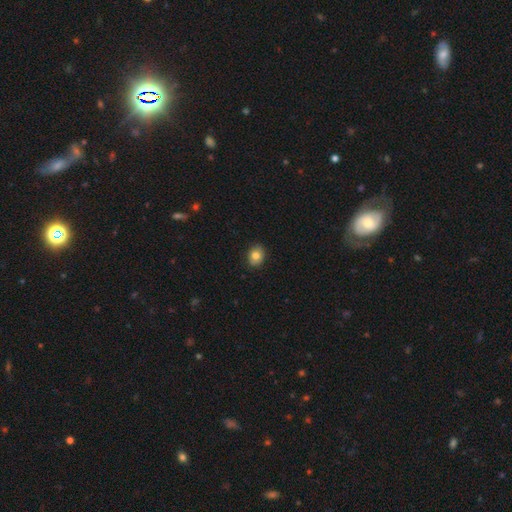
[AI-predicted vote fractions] This appears to be a smooth galaxy with no disk features (80%) that is in between round and cigar-shaped (54%). Merging: none (87%).